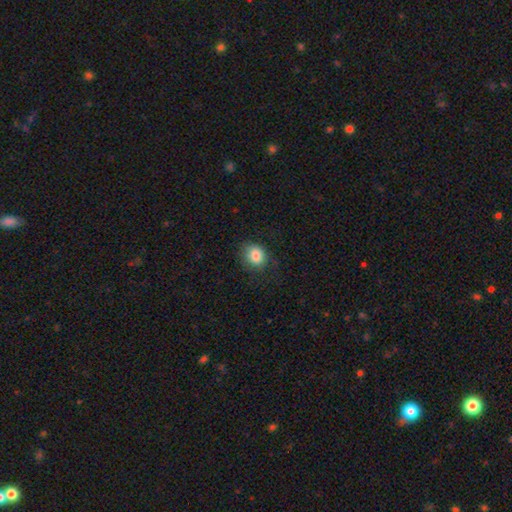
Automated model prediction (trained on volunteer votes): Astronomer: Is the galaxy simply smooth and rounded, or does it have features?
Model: smooth — 84%.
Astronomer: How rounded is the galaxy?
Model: round — 63%.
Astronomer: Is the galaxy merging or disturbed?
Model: none — 74%.